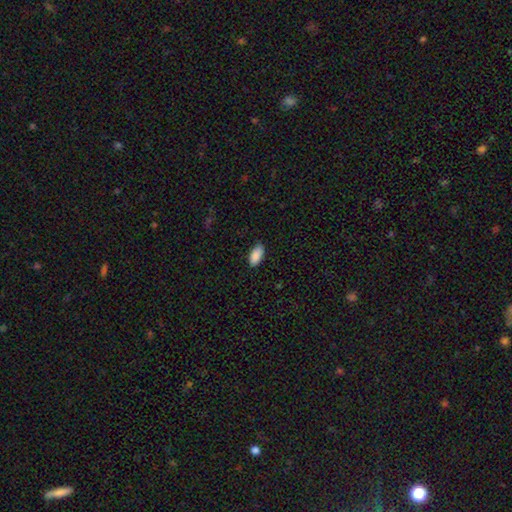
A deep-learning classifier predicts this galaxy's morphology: This is clearly a smooth galaxy (90%). How rounded: clearly in between (91%). Merging: clearly none (88%).